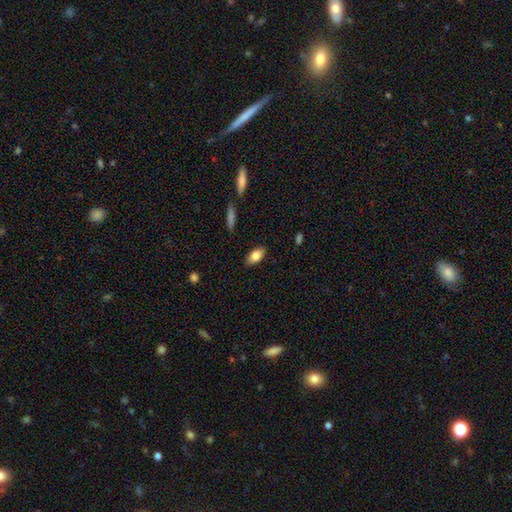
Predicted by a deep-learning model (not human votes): Morphology: type=smooth (80%); roundness=in between (89%); merging=none (86%).